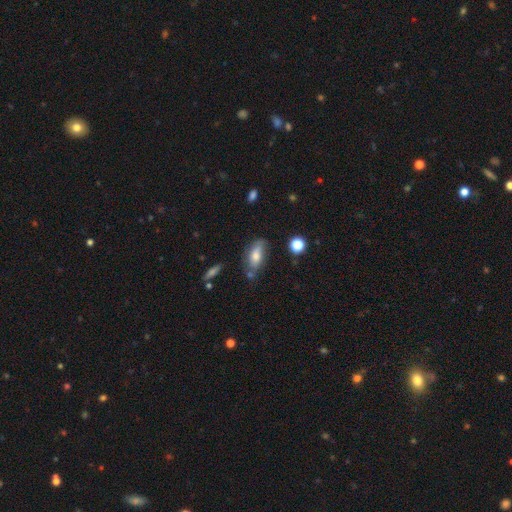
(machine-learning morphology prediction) This appears to be a smooth galaxy with no disk features (68%) that is in between round and cigar-shaped (84%). Merging: none (59%).